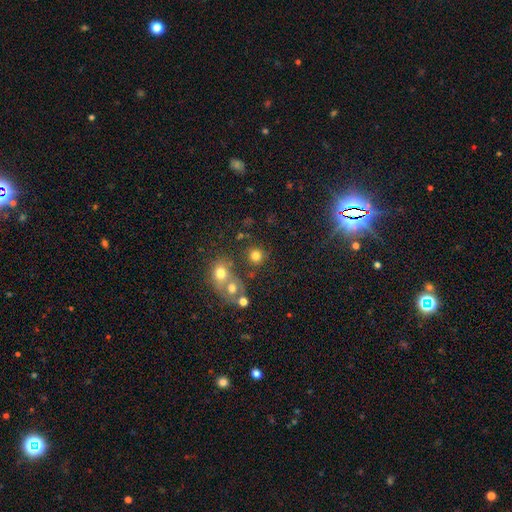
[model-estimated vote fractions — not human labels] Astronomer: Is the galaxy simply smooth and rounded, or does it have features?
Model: smooth — 77%.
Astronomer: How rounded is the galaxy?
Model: round — 89%.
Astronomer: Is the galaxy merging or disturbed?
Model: none — 70%.